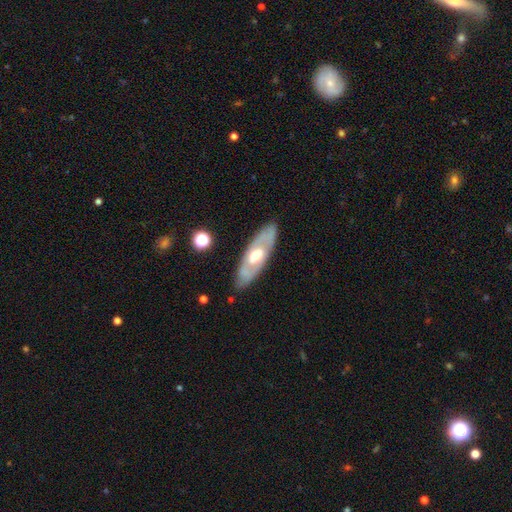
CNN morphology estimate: smooth-or-featured: featured or disk: 66% | smooth: 29% | star or artifact: 5%
  disk-edge-on: no: 78% | yes: 22%
    bar: no: 68% | weak: 25% | strong: 8%
    has-spiral-arms: no: 59% | yes: 41%
    bulge-size: moderate: 70% | small: 17% | large: 10% | dominant: 1% | none: 1%
  merging: none: 83% | minor disturbance: 12% | major disturbance: 3% | merger: 1%